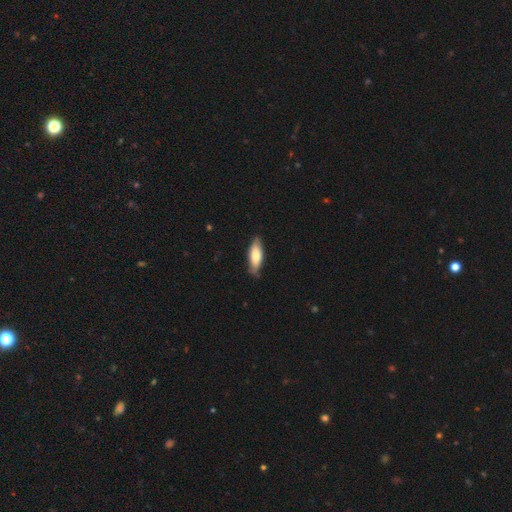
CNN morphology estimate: Smooth or featured?
  - smooth: 71% *
  - featured or disk: 24%
  - star or artifact: 5%
How rounded?
  - in between: 63% *
  - cigar-shaped: 35%
  - round: 2%
Merging?
  - none: 78% *
  - minor disturbance: 18%
  - major disturbance: 3%
  - merger: 1%